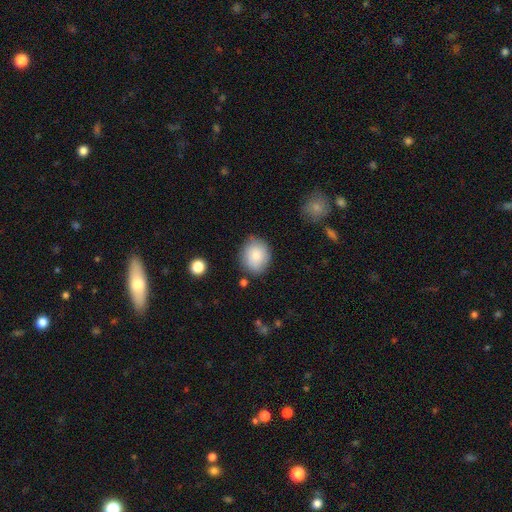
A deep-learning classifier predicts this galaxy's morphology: Smooth or featured? smooth (84%)
How rounded? round (57%)
Merging? none (78%)